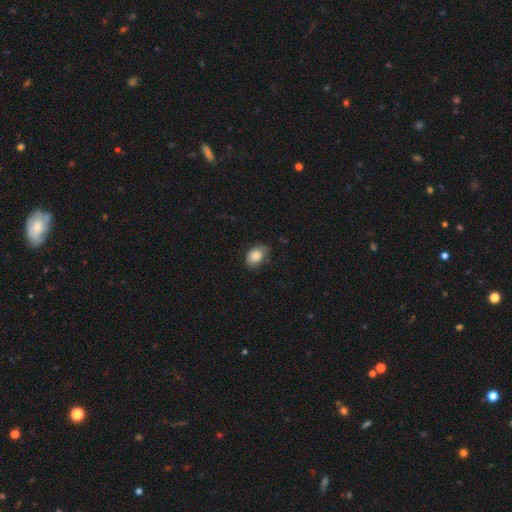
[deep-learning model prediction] Smooth or featured? smooth (84%)
How rounded? in between (75%)
Merging? none (65%)